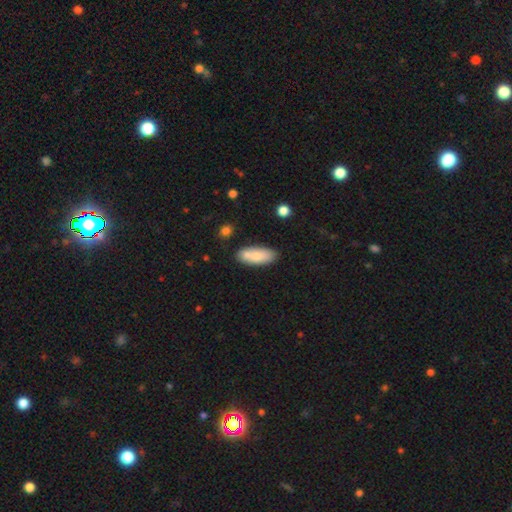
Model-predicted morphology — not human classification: A smooth galaxy with no disk features (76%) that is in between round and cigar-shaped (80%).

Vote fractions:
- Smooth or featured? smooth: 76% / featured or disk: 17% / star or artifact: 6%
- How rounded? in between: 80% / cigar-shaped: 18% / round: 2%
- Merging? none: 67% / minor disturbance: 15% / merger: 14% / major disturbance: 4%